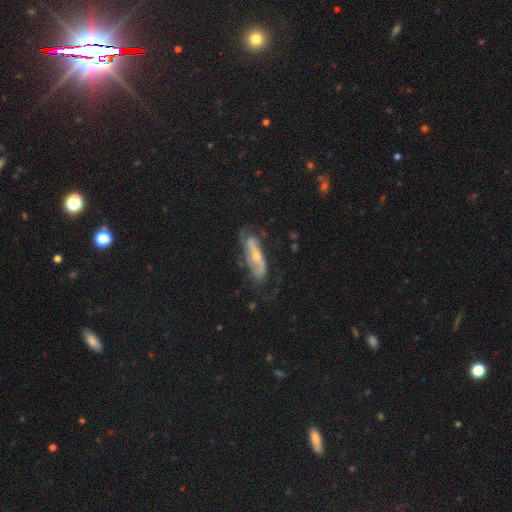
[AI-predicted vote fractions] Smooth or featured? featured or disk (80%)
Edge-on disk? no (82%)
Bar? no (43%)
Spiral arms? yes (91%)
Spiral winding? medium (41%)
Spiral arm count? 2 (65%)
Bulge size? small (50%)
Merging? none (61%)